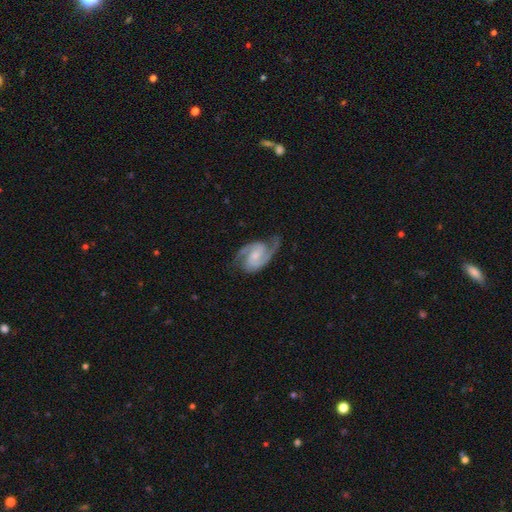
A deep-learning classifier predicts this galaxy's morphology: type=featured or disk (91%); edge-on=no (98%); bar=weak (45%); spiral arms=yes (98%); winding=medium (58%); arm count=2 (92%); bulge=small (42%); merging=none (75%).